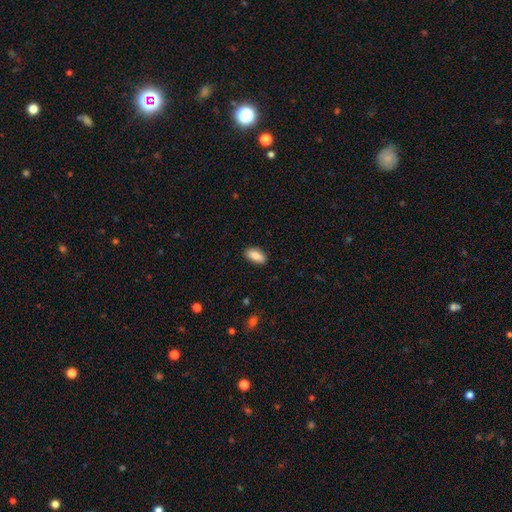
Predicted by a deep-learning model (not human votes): Overall: smooth (86%). How rounded: in between (88%). Merging: none (88%).